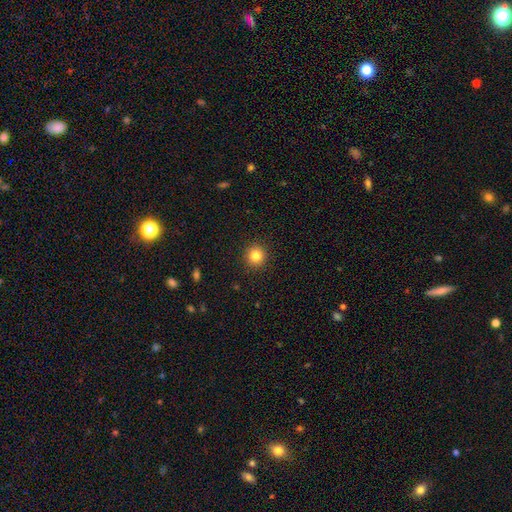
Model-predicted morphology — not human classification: This appears to be a smooth galaxy with no disk features (83%) that is round (93%). Merging: none (92%).